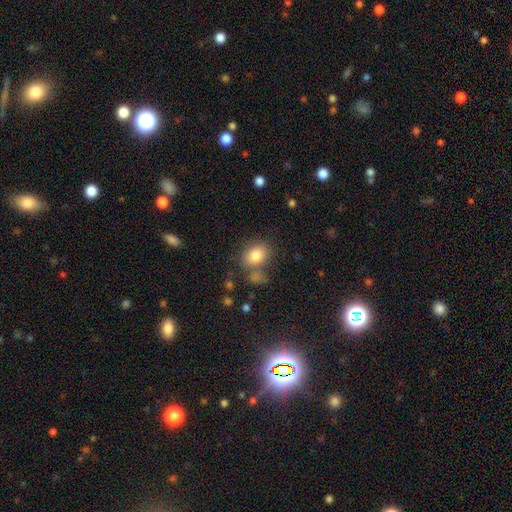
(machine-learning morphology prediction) Smooth or featured? smooth (82%)
How rounded? in between (62%)
Merging? none (65%)